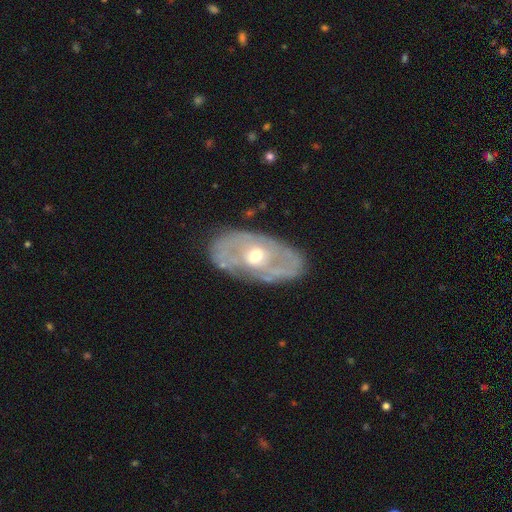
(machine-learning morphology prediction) This is likely a featured or disk galaxy (75%). It is clearly not viewed edge-on (92%). Bar: likely no (62%). Spiral arm pattern: likely yes (67%). Central bulge: possibly moderate (53%). Merging: likely none (74%).